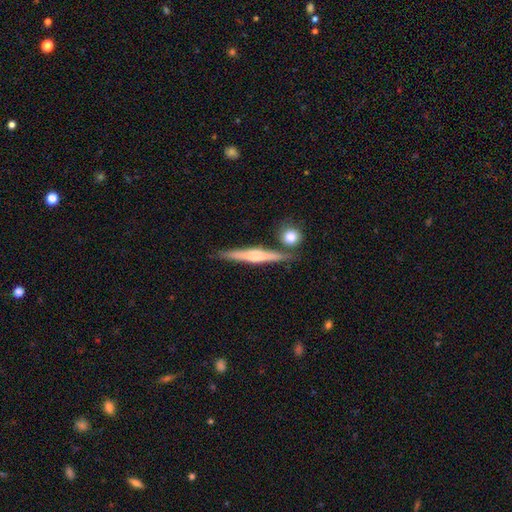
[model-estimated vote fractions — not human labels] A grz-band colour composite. It shows a featured or disk galaxy (62%) viewed edge-on (97%) with a rounded central bulge (65%). Merging: none (80%).